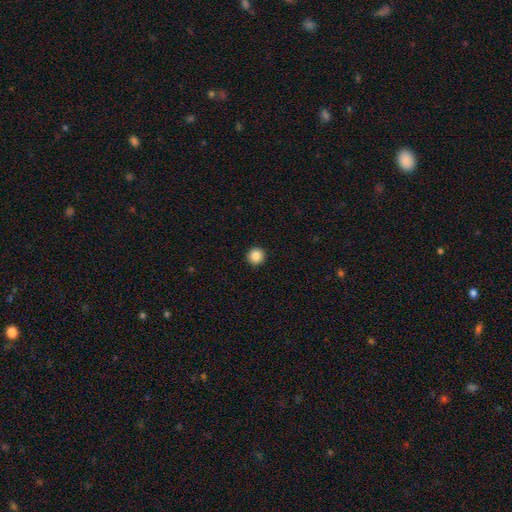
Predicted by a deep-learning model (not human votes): smooth 86%, star or artifact 10%, featured or disk 4%. Down the decision tree: how rounded — round (96%); merging — none (94%).